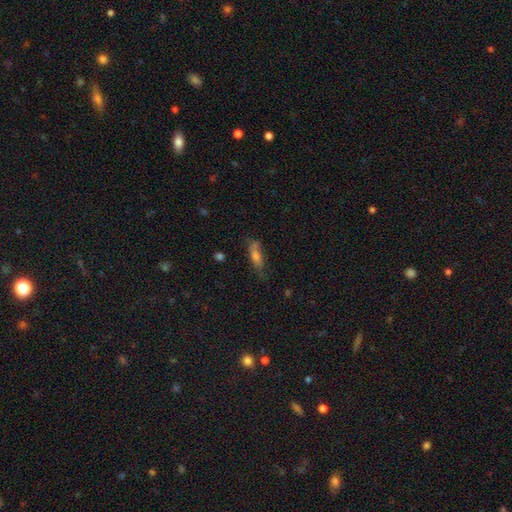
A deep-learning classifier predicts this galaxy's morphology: Overall: smooth (57%; featured or disk 31%). How rounded: in between (51%; cigar-shaped 45%). Merging: none (63%; minor disturbance 25%).